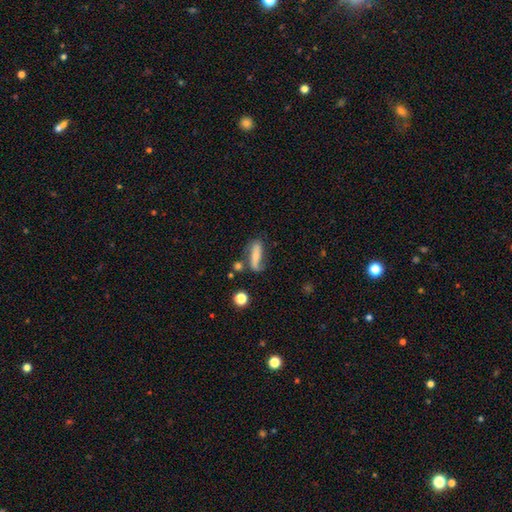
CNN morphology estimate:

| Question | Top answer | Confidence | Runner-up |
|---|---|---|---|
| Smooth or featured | smooth | 52% | featured or disk (40%) |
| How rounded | cigar-shaped | 50% | in between (46%) |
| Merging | none | 50% | minor disturbance (26%) |